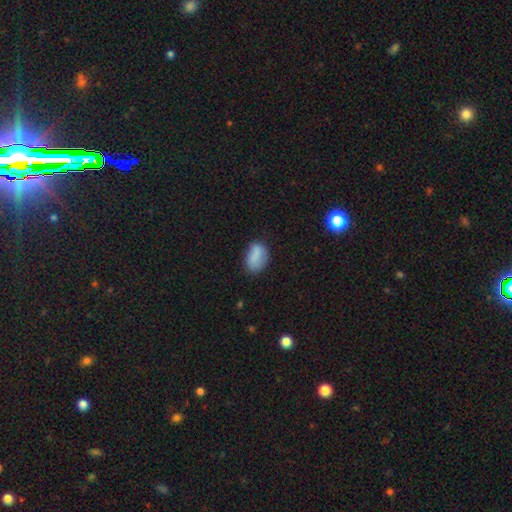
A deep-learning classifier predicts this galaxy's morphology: Smooth or featured?
  - smooth: 81% *
  - featured or disk: 11%
  - star or artifact: 8%
How rounded?
  - in between: 86% *
  - round: 12%
  - cigar-shaped: 2%
Merging?
  - none: 66% *
  - minor disturbance: 25%
  - major disturbance: 7%
  - merger: 2%